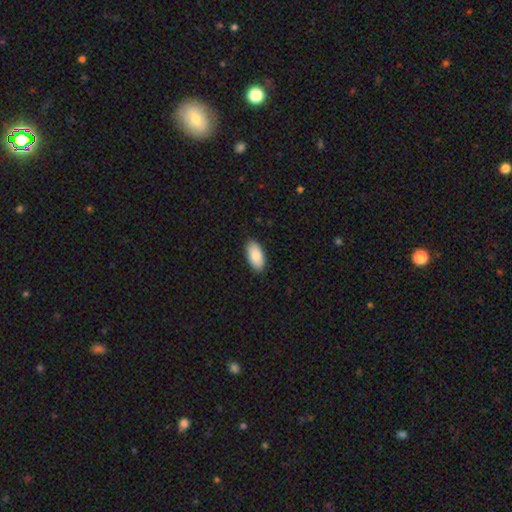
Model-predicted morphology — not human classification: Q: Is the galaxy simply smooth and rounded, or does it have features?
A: smooth — 88%.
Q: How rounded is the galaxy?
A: in between — 94%.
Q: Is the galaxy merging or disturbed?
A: none — 89%.